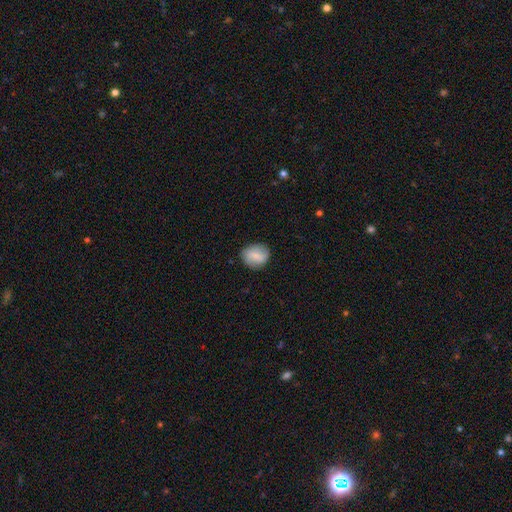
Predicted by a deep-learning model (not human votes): Smooth or featured?
  - smooth: 68% *
  - featured or disk: 24%
  - star or artifact: 7%
How rounded?
  - round: 66% *
  - in between: 32%
  - cigar-shaped: 1%
Merging?
  - none: 82% *
  - minor disturbance: 13%
  - major disturbance: 4%
  - merger: 1%